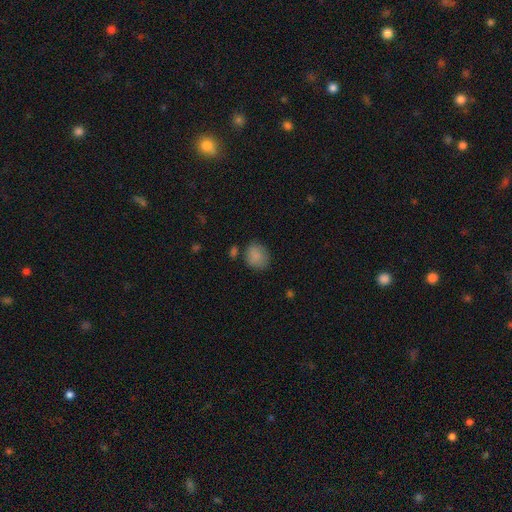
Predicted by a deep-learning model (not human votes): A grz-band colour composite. It shows a smooth galaxy with no disk features (86%) that is round (57%). Merging: none (71%).